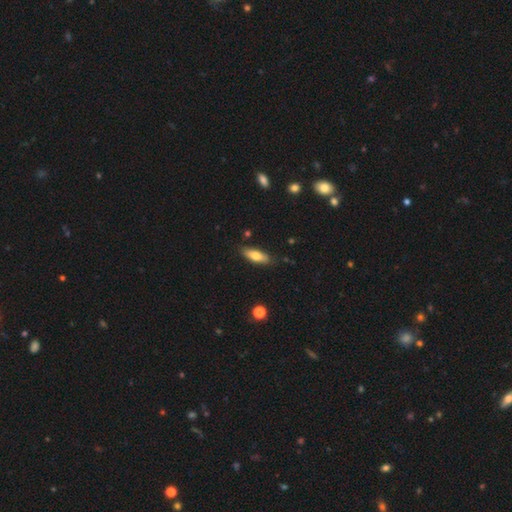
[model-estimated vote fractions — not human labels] smooth-or-featured: smooth: 71% | featured or disk: 23% | star or artifact: 6%
  how-rounded: in between: 57% | cigar-shaped: 41% | round: 2%
  merging: none: 83% | minor disturbance: 13% | major disturbance: 2% | merger: 2%